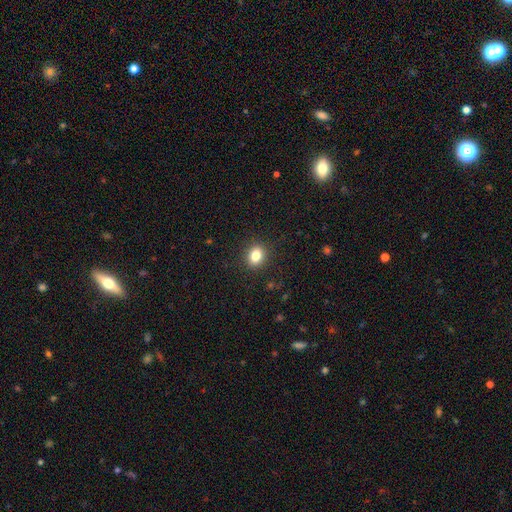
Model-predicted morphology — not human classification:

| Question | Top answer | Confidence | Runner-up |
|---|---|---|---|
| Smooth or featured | smooth | 83% | star or artifact (11%) |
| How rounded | round | 55% | in between (44%) |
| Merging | none | 90% | minor disturbance (7%) |